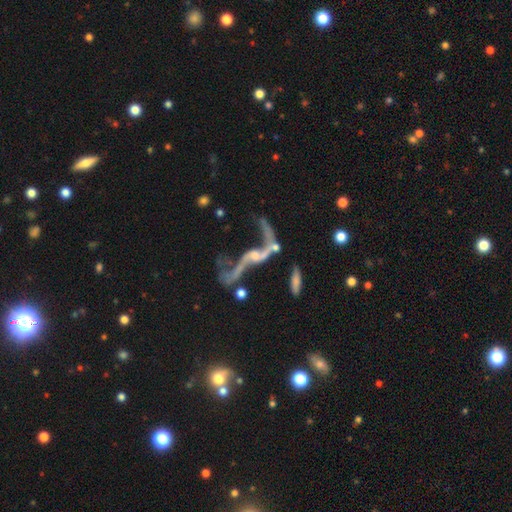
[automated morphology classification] Smooth or featured? featured or disk (78%)
Edge-on disk? no (79%)
Bar? no (63%)
Spiral arms? yes (69%)
Bulge size? small (45%)
Merging? merger (32%)